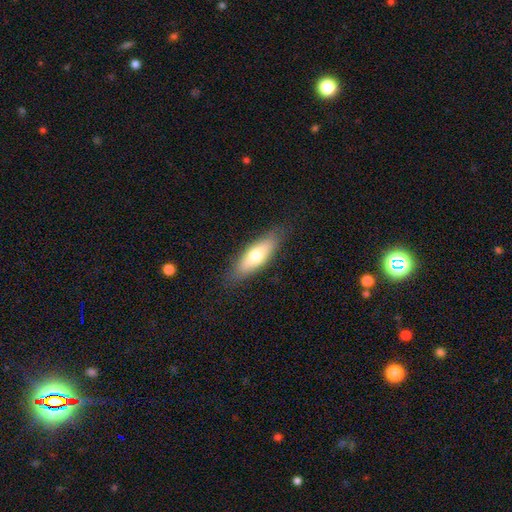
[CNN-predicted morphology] This appears to be a smooth galaxy with no disk features (68%) that is in between round and cigar-shaped (56%). Merging: none (84%).